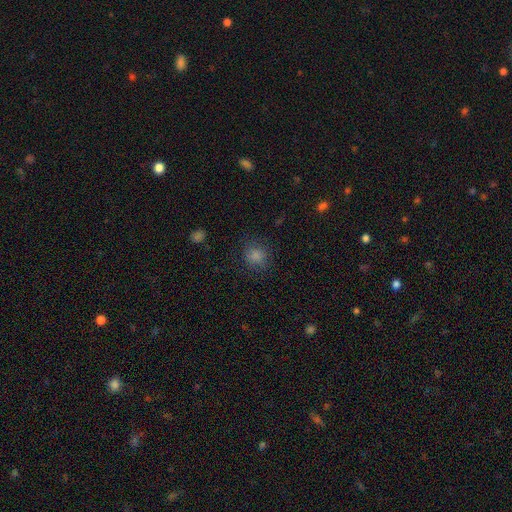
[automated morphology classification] This is clearly a smooth galaxy (83%). How rounded: clearly round (85%). Merging: clearly none (81%).